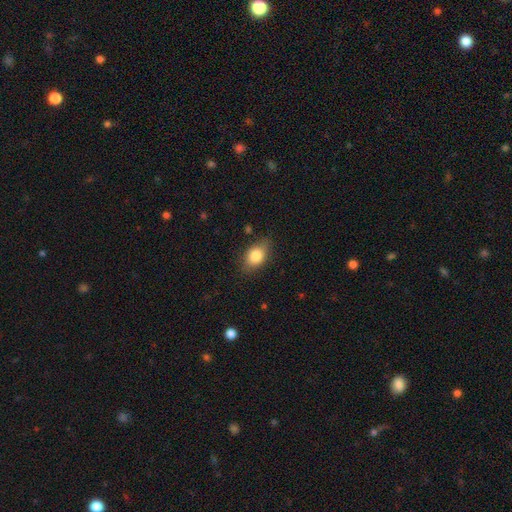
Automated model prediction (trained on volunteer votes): smooth_or_featured: smooth (p=0.83) [alt: featured or disk p=0.10]
how_rounded: in between (p=0.81) [alt: round p=0.17]
merging: none (p=0.79) [alt: minor disturbance p=0.16]